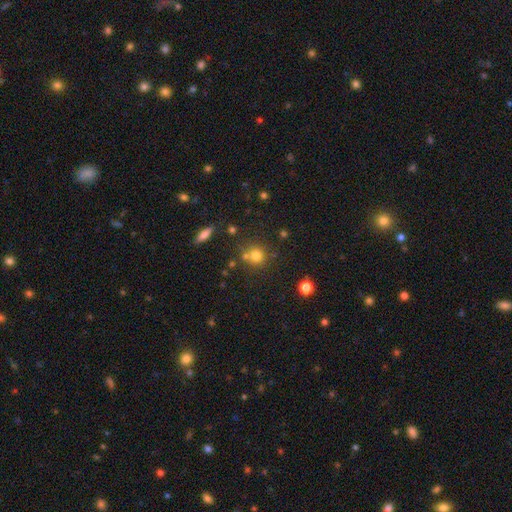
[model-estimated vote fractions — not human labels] Smooth or featured: smooth — 74% (star or artifact — 15%)
How rounded: round — 89% (in between — 10%)
Merging: none — 65% (merger — 21%)